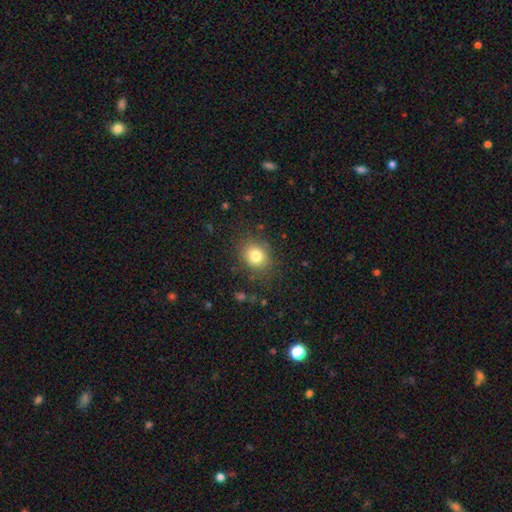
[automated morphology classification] Smooth or featured? smooth (80%)
How rounded? round (68%)
Merging? none (83%)